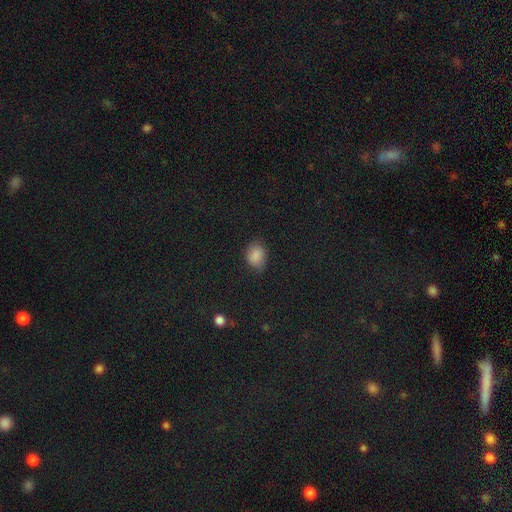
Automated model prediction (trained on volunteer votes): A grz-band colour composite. It shows a smooth galaxy with no disk features (81%) that is in between round and cigar-shaped (64%). Merging: none (71%).